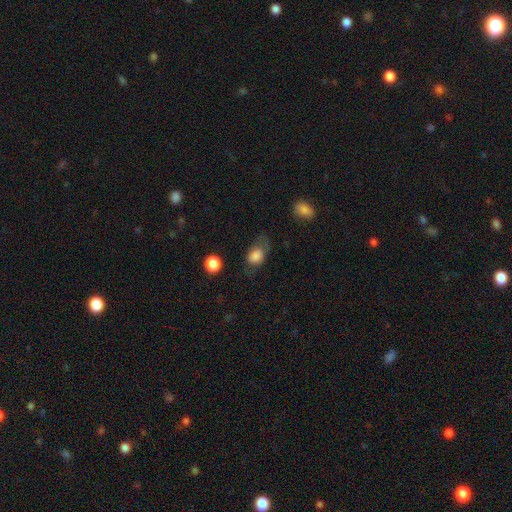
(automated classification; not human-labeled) This appears to be a smooth galaxy with no disk features (77%) that is in between round and cigar-shaped (78%). Merging: none (50%).